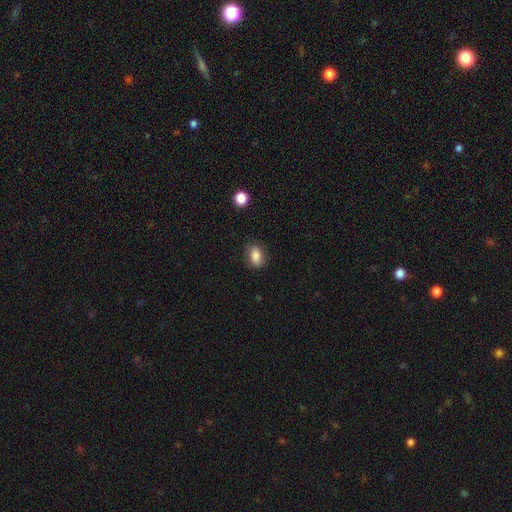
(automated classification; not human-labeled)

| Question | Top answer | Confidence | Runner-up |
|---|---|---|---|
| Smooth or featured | smooth | 85% | star or artifact (9%) |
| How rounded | in between | 83% | round (15%) |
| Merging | none | 82% | minor disturbance (13%) |